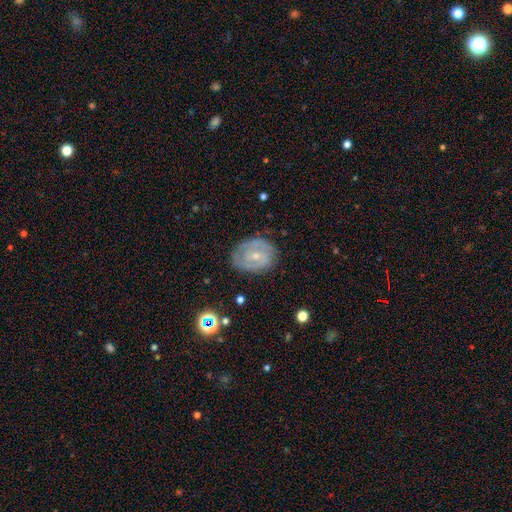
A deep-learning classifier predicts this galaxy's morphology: Smooth or featured: featured or disk — 72% (smooth — 22%)
Edge-on disk: no — 97% (yes — 3%)
Bar: no — 47% (weak — 43%)
Spiral arms: yes — 81% (no — 19%)
Spiral winding: tight — 56% (medium — 34%)
Spiral arm count: 2 — 54% (can't tell — 29%)
Bulge size: small — 64% (moderate — 32%)
Merging: none — 73% (minor disturbance — 19%)